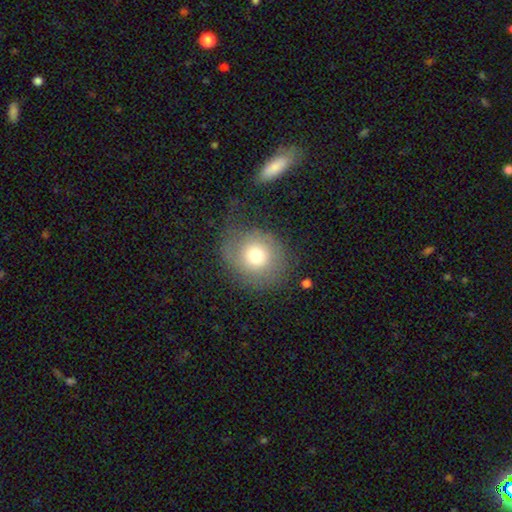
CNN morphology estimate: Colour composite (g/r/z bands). It shows a smooth galaxy with no disk features (69%) that is round (80%). Merging: none (57%).